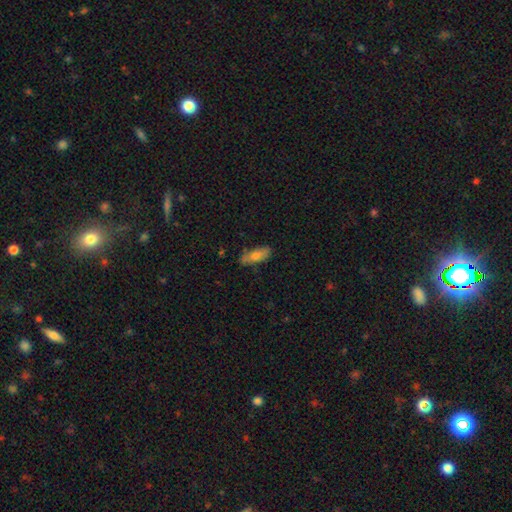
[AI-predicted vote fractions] This is likely a smooth galaxy (70%). How rounded: likely in between (66%). Merging: likely none (74%).